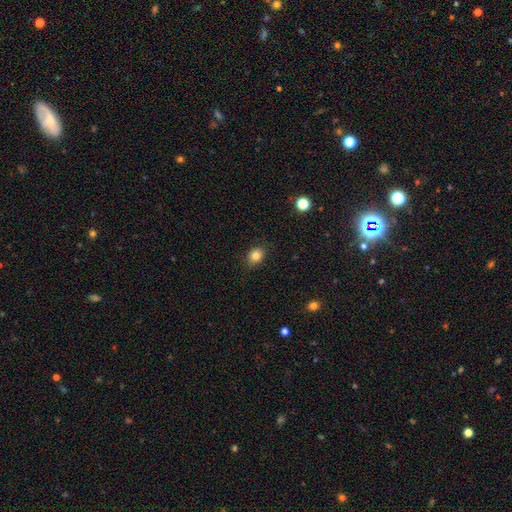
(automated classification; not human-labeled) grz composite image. It shows a smooth galaxy with no disk features (83%) that is round (52%). Merging: none (85%).